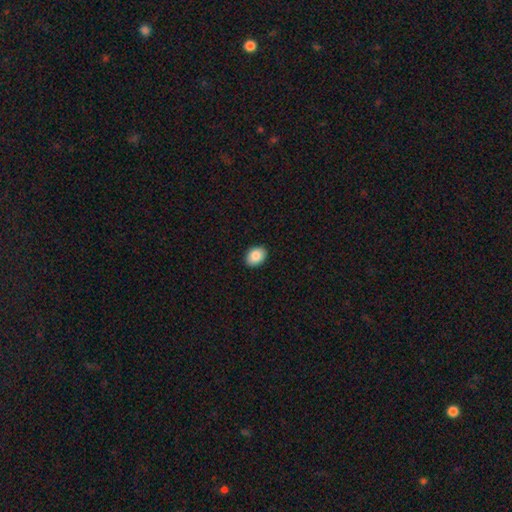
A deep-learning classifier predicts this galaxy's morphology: The model was most divided on "how rounded": in between: 72%, round: 27%, cigar-shaped: 1%. More confident: merging — none (91%); smooth or featured — smooth (87%).